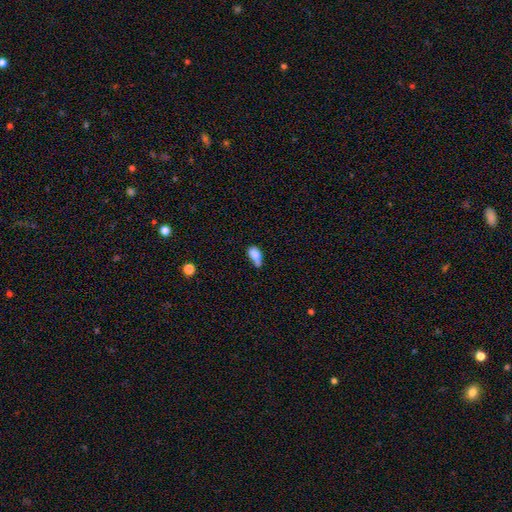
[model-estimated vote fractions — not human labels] Smooth or featured? Predicted: smooth (p=0.76). How rounded? Predicted: in between (p=0.86). Merging? Predicted: minor disturbance (p=0.33).